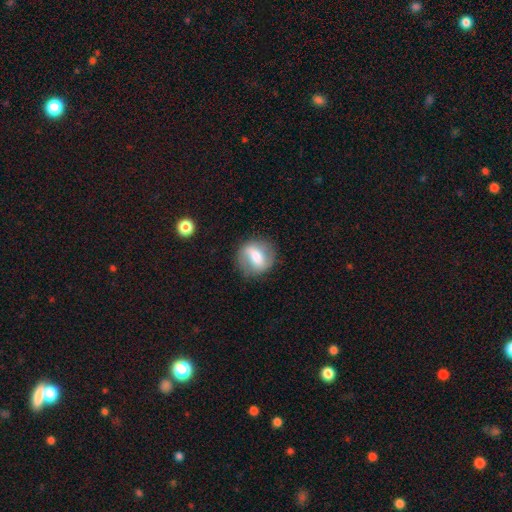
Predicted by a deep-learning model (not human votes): smooth 47%, featured or disk 45%, star or artifact 8%. Down the decision tree: merging — none (79%).